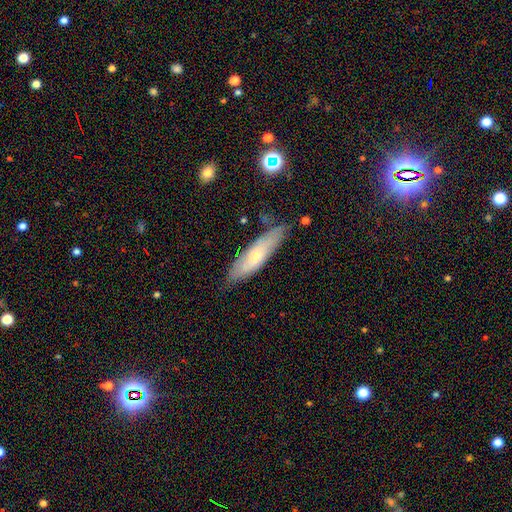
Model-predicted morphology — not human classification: type=smooth (51%); roundness=cigar-shaped (67%); merging=none (75%).